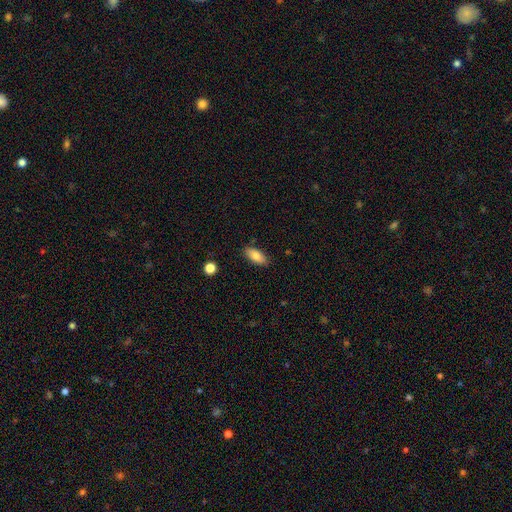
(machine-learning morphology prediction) Smooth or featured? Predicted: smooth (p=0.81). How rounded? Predicted: in between (p=0.87). Merging? Predicted: none (p=0.85).